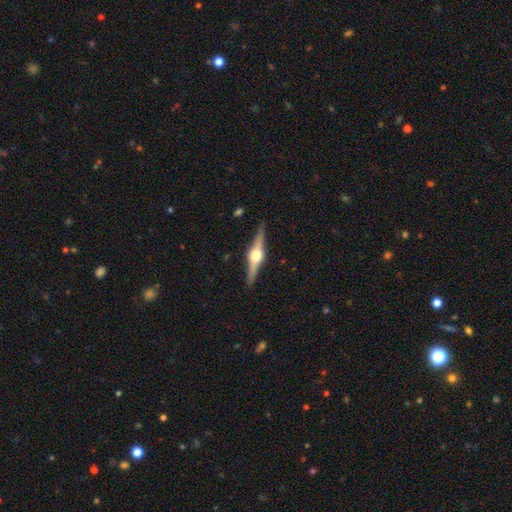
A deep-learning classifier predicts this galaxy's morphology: smooth-or-featured: featured or disk: 83% | smooth: 12% | star or artifact: 5%
  disk-edge-on: yes: 98% | no: 2%
    edge-on-bulge: rounded: 96% | boxy: 3% | none: 1%
  merging: none: 90% | minor disturbance: 7% | major disturbance: 1% | merger: 1%